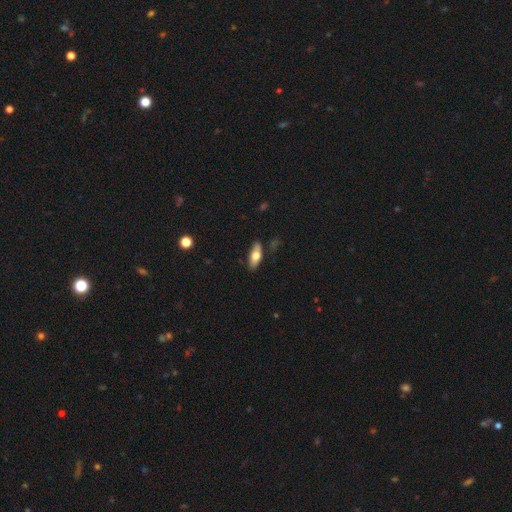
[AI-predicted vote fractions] smooth-or-featured: smooth: 64% | featured or disk: 30% | star or artifact: 6%
  how-rounded: in between: 71% | cigar-shaped: 26% | round: 3%
  merging: none: 78% | minor disturbance: 16% | major disturbance: 3% | merger: 3%